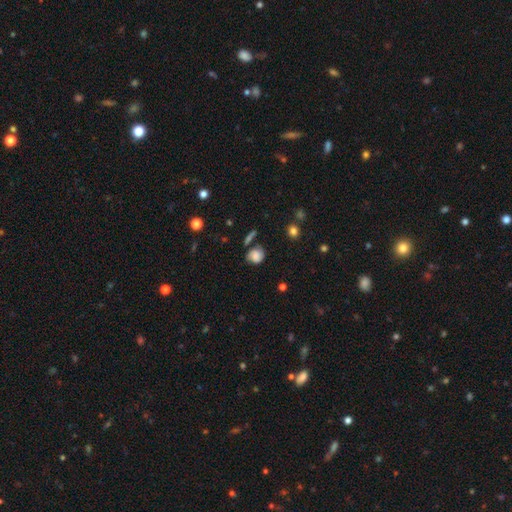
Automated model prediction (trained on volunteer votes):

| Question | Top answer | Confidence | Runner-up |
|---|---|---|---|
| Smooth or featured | smooth | 64% | featured or disk (24%) |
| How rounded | round | 66% | in between (32%) |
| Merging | none | 54% | minor disturbance (25%) |